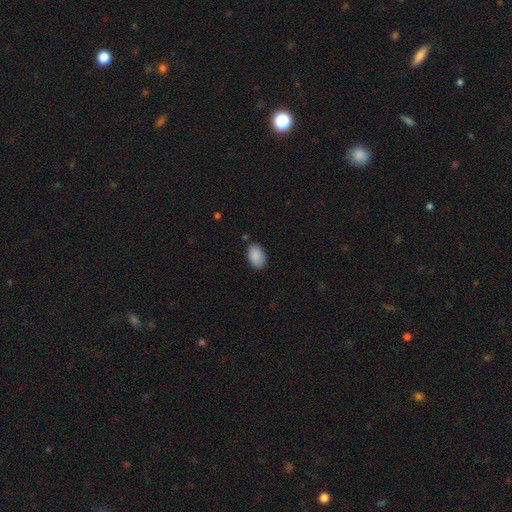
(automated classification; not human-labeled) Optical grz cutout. It shows a smooth galaxy with no disk features (90%) that is in between round and cigar-shaped (90%). Merging: none (83%).